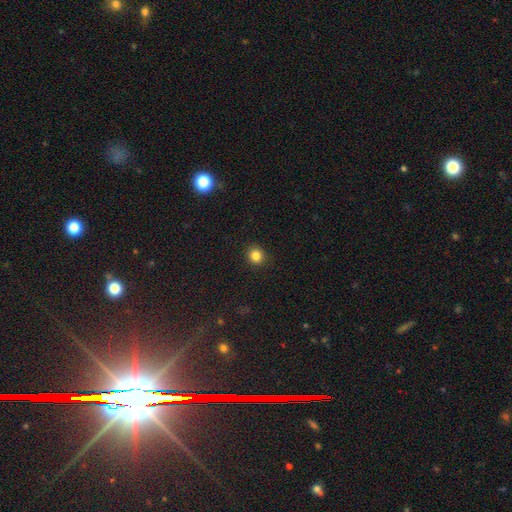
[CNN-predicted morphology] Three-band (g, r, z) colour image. It shows a smooth galaxy with no disk features (84%) that is round (88%). Merging: none (92%).